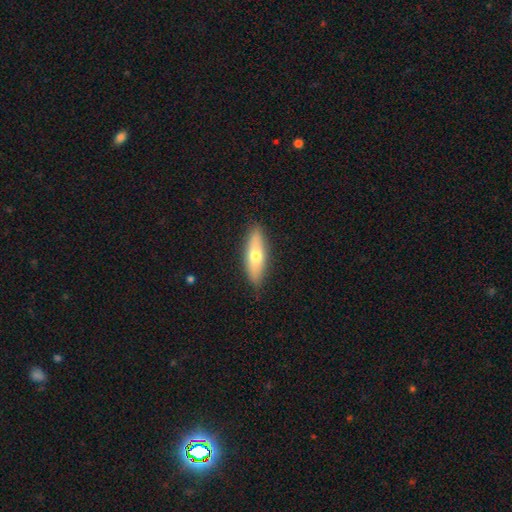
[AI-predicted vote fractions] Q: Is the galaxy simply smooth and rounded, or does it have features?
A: smooth — 61%.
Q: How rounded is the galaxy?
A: cigar-shaped — 49%.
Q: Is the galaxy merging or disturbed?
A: none — 86%.